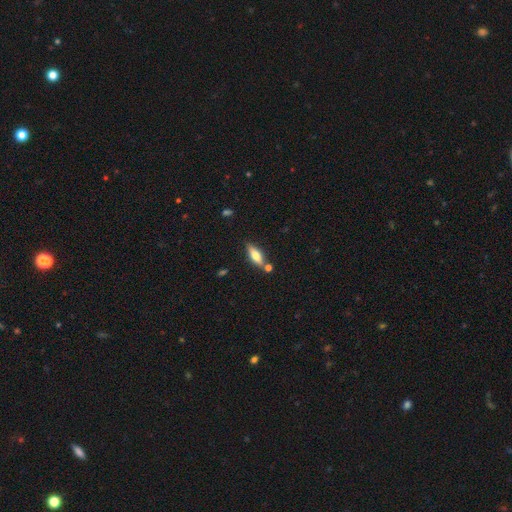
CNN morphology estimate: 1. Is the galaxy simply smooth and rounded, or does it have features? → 57% smooth, 36% featured or disk, 7% star or artifact.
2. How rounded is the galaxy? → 57% in between, 40% cigar-shaped, 3% round.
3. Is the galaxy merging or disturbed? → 73% none, 13% minor disturbance, 11% merger, 3% major disturbance.